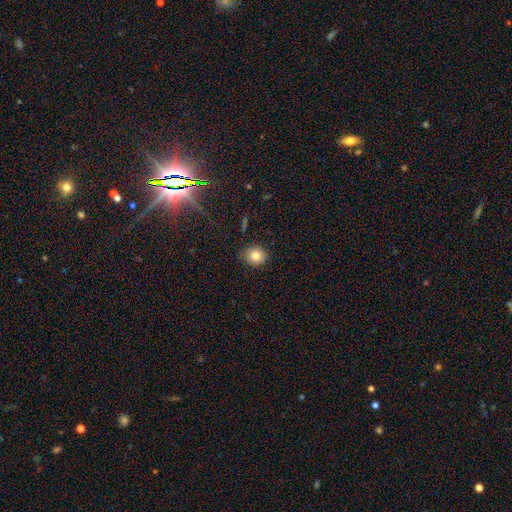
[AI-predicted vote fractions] smooth 82%, star or artifact 11%, featured or disk 7%. Down the decision tree: how rounded — round (79%); merging — none (85%).